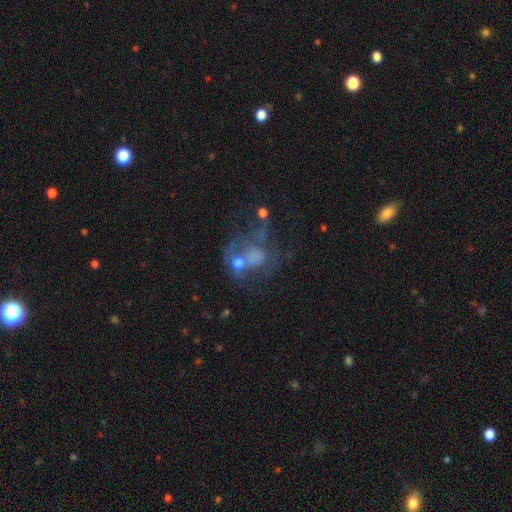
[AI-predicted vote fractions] The model was most divided on "merging": merger: 30%, major disturbance: 29%, none: 26%, minor disturbance: 14%. Remaining: smooth or featured — featured or disk (44%).